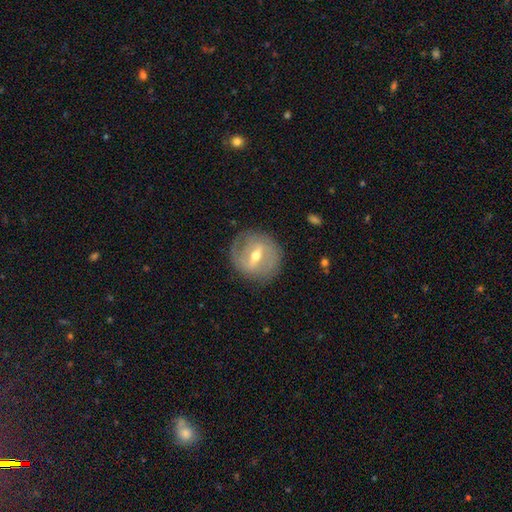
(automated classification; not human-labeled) Smooth or featured: featured or disk — 74% (smooth — 20%)
Edge-on disk: no — 91% (yes — 9%)
Bar: strong — 49% (weak — 41%)
Spiral arms: yes — 66% (no — 34%)
Bulge size: moderate — 65% (small — 30%)
Merging: none — 80% (minor disturbance — 14%)